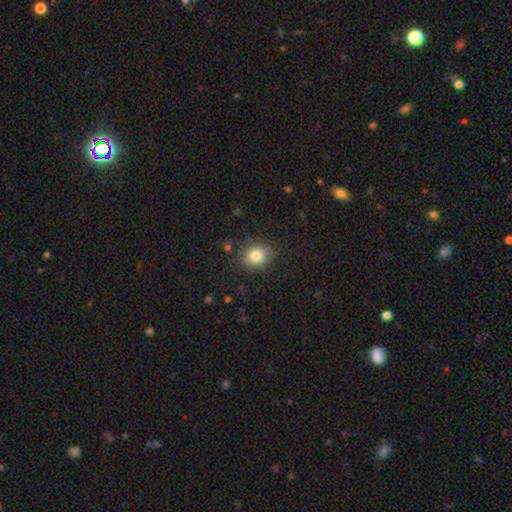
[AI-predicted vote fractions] smooth_or_featured: smooth (p=0.82) [alt: star or artifact p=0.10]
how_rounded: round (p=0.50) [alt: in between p=0.49]
merging: none (p=0.85) [alt: minor disturbance p=0.11]